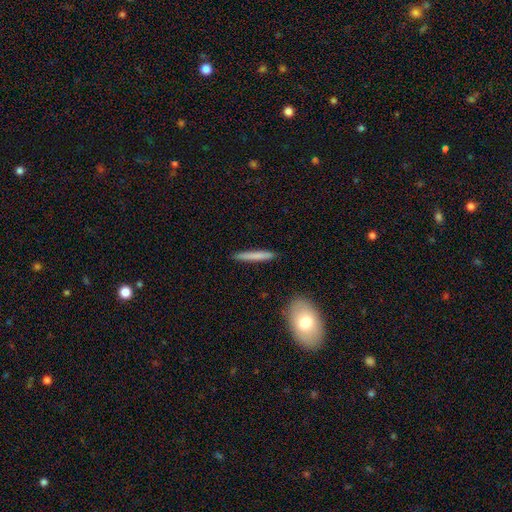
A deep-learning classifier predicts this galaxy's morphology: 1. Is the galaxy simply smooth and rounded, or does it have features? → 74% smooth, 21% featured or disk, 5% star or artifact.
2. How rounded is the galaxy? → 95% cigar-shaped, 4% in between, 1% round.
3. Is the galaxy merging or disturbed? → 90% none, 7% minor disturbance, 2% major disturbance, 2% merger.